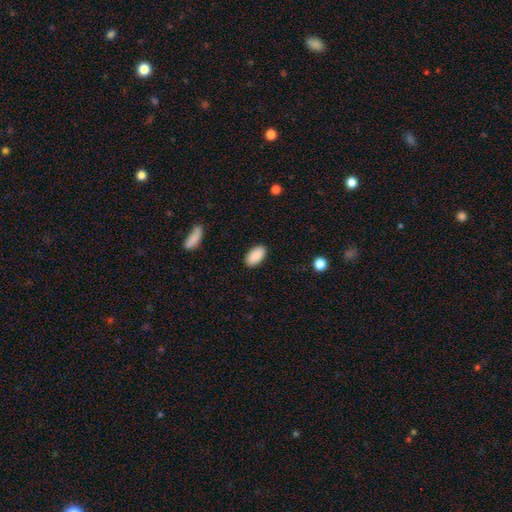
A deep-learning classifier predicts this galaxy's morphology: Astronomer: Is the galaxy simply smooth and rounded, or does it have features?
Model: smooth — 90%.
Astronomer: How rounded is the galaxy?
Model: in between — 94%.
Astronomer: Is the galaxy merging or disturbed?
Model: none — 89%.